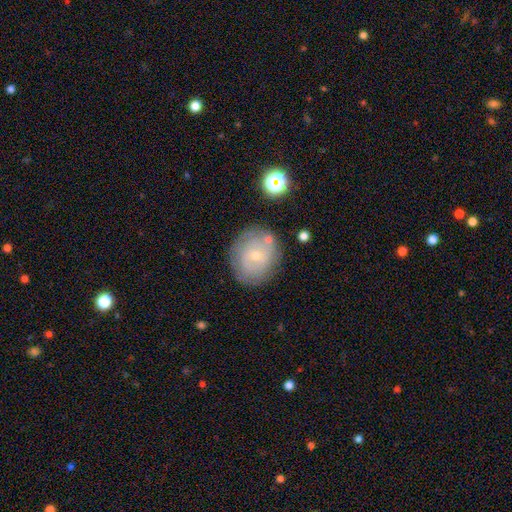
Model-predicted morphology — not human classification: smooth_or_featured: featured or disk (p=0.47) [alt: smooth p=0.43]
merging: none (p=0.74) [alt: minor disturbance p=0.16]